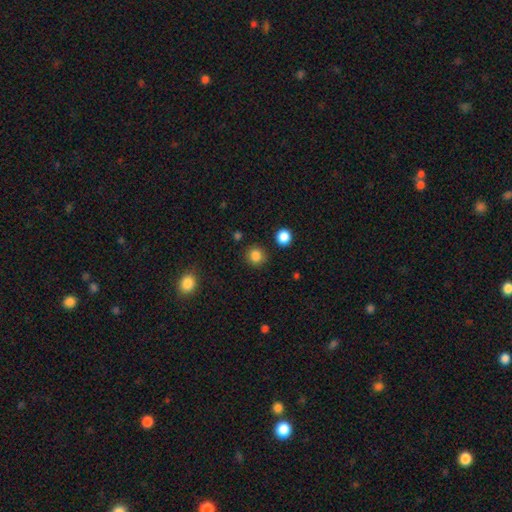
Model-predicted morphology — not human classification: Q: Smooth or featured?
A: smooth (85%); runner-up: star or artifact (11%)
Q: How rounded?
A: round (89%); runner-up: in between (10%)
Q: Merging?
A: none (88%); runner-up: minor disturbance (7%)